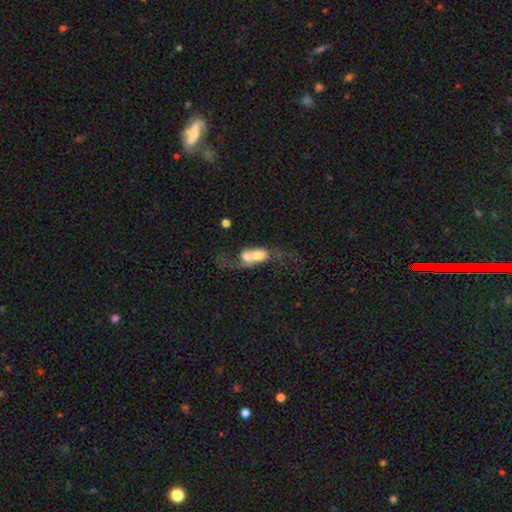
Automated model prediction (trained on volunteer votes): Smooth or featured: smooth — 53% (featured or disk — 37%)
How rounded: in between — 56% (round — 39%)
Merging: merger — 79% (major disturbance — 10%)